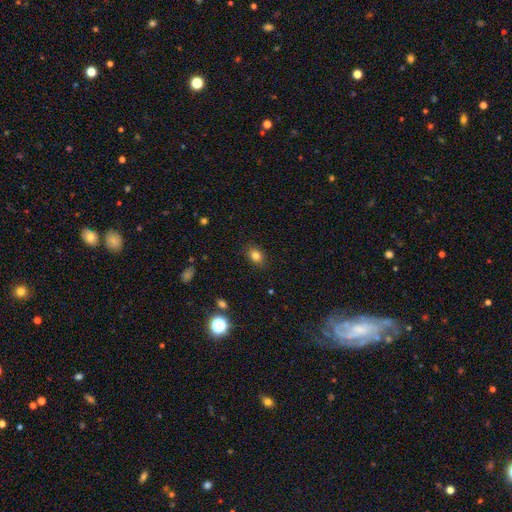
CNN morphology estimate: Overall: smooth (81%). How rounded: in between (65%; round 34%). Merging: none (86%).